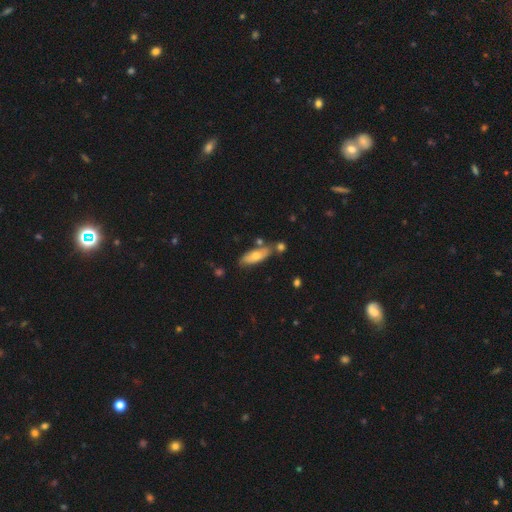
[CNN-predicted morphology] type=smooth (63%); roundness=in between (65%); merging=none (68%).